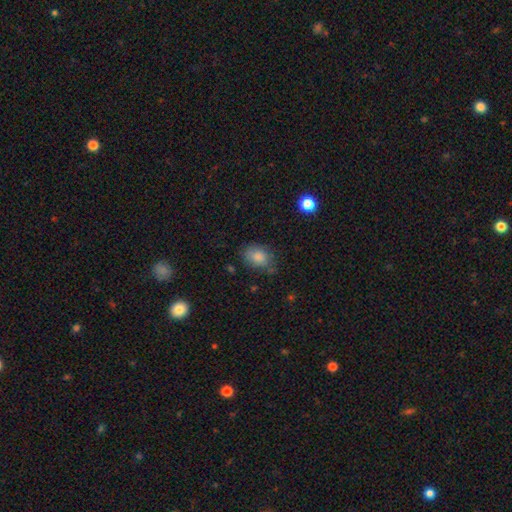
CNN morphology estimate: smooth 84%, star or artifact 9%, featured or disk 7%. Down the decision tree: how rounded — in between (69%); merging — none (67%).